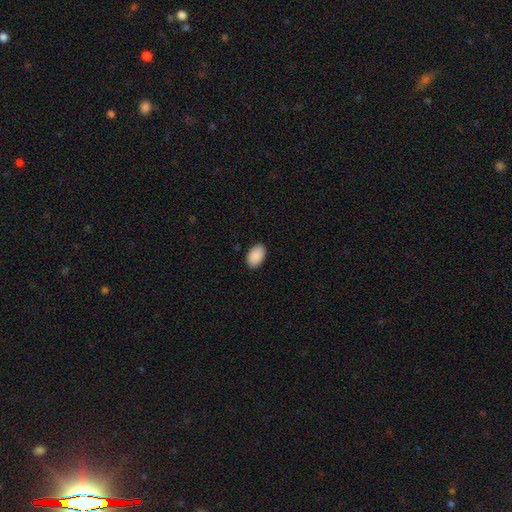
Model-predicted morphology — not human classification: Smooth or featured?
  - smooth: 91% *
  - star or artifact: 7%
  - featured or disk: 2%
How rounded?
  - in between: 92% *
  - round: 7%
  - cigar-shaped: 1%
Merging?
  - none: 89% *
  - minor disturbance: 8%
  - major disturbance: 2%
  - merger: 1%